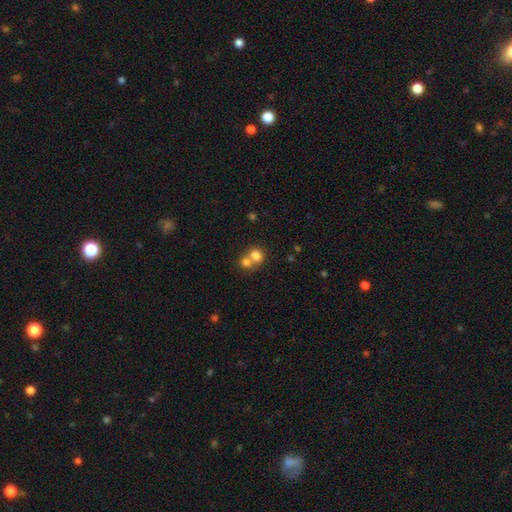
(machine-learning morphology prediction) Q: Smooth or featured?
A: smooth (77%); runner-up: featured or disk (12%)
Q: How rounded?
A: round (80%); runner-up: in between (19%)
Q: Merging?
A: merger (59%); runner-up: none (33%)